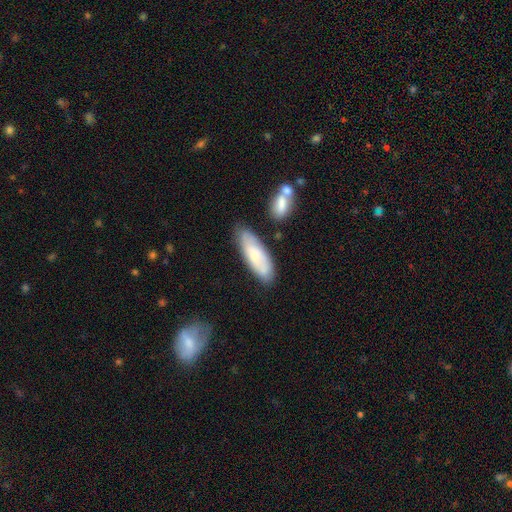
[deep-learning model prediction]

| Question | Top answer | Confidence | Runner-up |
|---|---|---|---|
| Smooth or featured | smooth | 67% | featured or disk (27%) |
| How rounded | in between | 60% | cigar-shaped (38%) |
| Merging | none | 74% | minor disturbance (17%) |